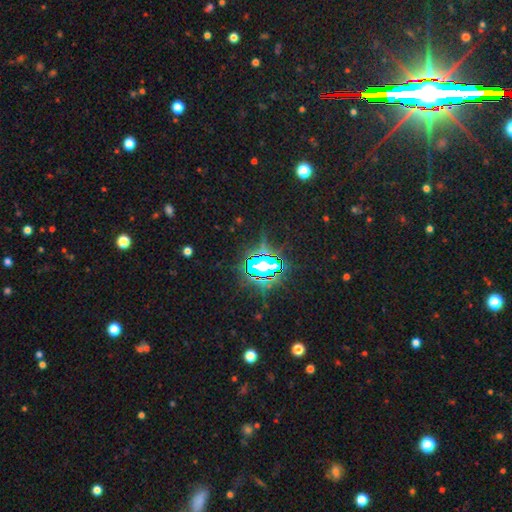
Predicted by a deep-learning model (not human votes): Morphology: type=star or artifact (85%).